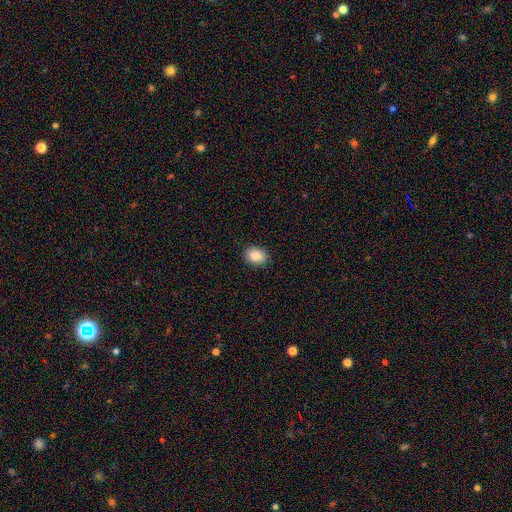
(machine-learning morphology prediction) smooth-or-featured: smooth: 89% | star or artifact: 8% | featured or disk: 3%
  how-rounded: in between: 73% | round: 25% | cigar-shaped: 1%
  merging: none: 87% | minor disturbance: 10% | major disturbance: 2% | merger: 1%